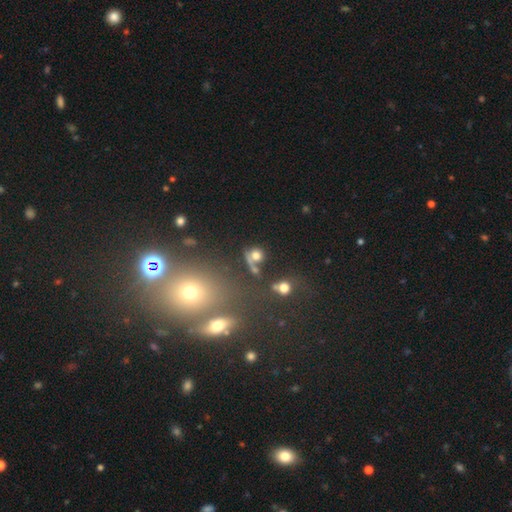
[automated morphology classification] Q: Smooth or featured?
A: smooth (69%); runner-up: star or artifact (18%)
Q: How rounded?
A: round (76%); runner-up: in between (22%)
Q: Merging?
A: none (42%); runner-up: merger (30%)